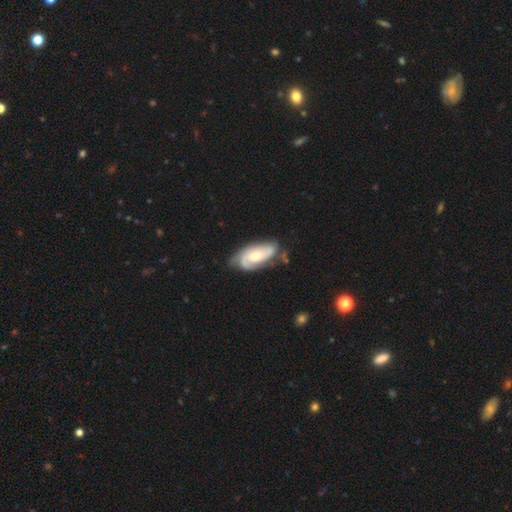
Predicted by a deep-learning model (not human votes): A featured or disk galaxy (75%) with no bar (63%), 2 (59%) medium (42%) spiral arms (94%) and a moderate central bulge (56%). Merging: none (59%).